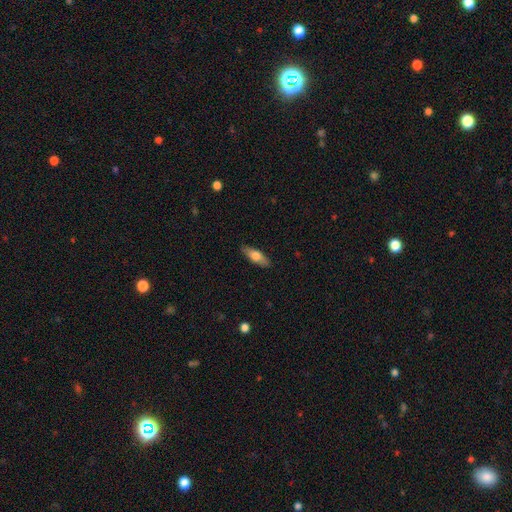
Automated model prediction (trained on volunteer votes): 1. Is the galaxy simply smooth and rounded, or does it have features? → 66% smooth, 28% featured or disk, 6% star or artifact.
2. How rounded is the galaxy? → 61% in between, 36% cigar-shaped, 3% round.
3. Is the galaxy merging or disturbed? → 87% none, 10% minor disturbance, 2% major disturbance, 1% merger.